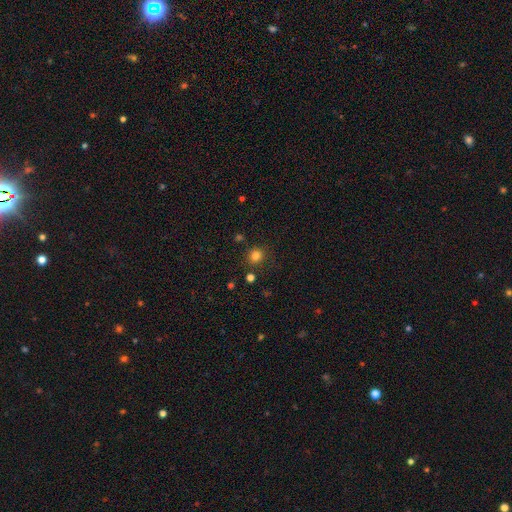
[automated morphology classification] The model was most divided on "smooth or featured": smooth: 80%, star or artifact: 15%, featured or disk: 5%. More confident: how rounded — round (84%); merging — none (84%).